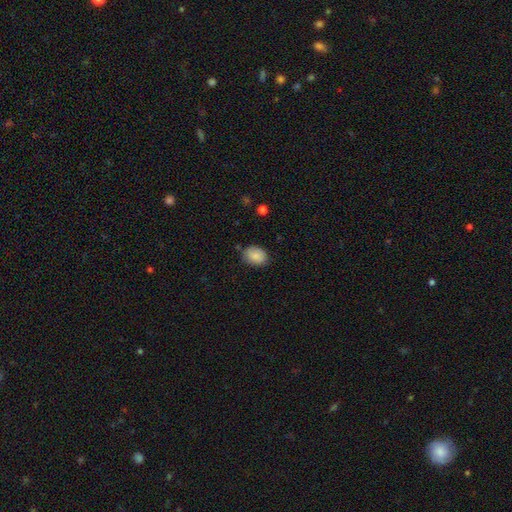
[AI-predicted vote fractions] Smooth or featured: smooth — 87% (star or artifact — 7%)
How rounded: in between — 70% (round — 29%)
Merging: none — 77% (minor disturbance — 18%)